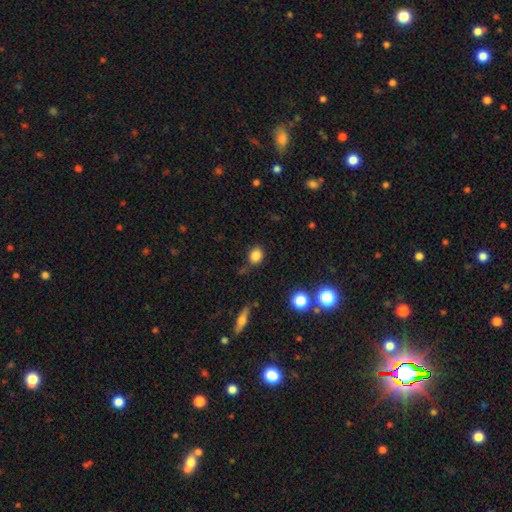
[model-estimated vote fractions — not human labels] smooth 83%, star or artifact 11%, featured or disk 6%. Down the decision tree: how rounded — round (58%); merging — none (78%).